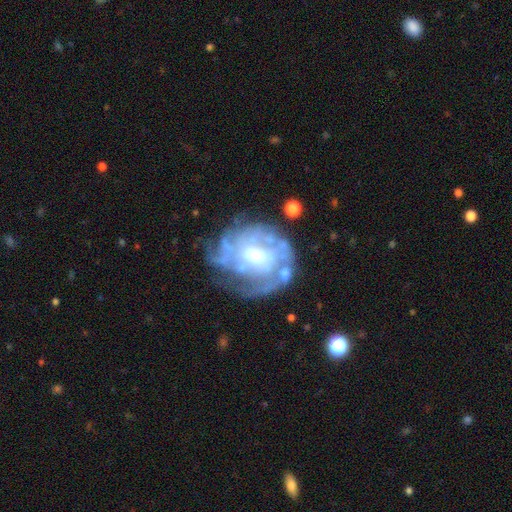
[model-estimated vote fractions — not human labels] Smooth or featured? Predicted: featured or disk (p=0.81). Edge-on disk? Predicted: no (p=0.97). Bar? Predicted: no (p=0.52). Spiral arms? Predicted: yes (p=0.78). Spiral winding? Predicted: tight (p=0.58). Spiral arm count? Predicted: can't tell (p=0.53). Bulge size? Predicted: moderate (p=0.65). Merging? Predicted: none (p=0.58).